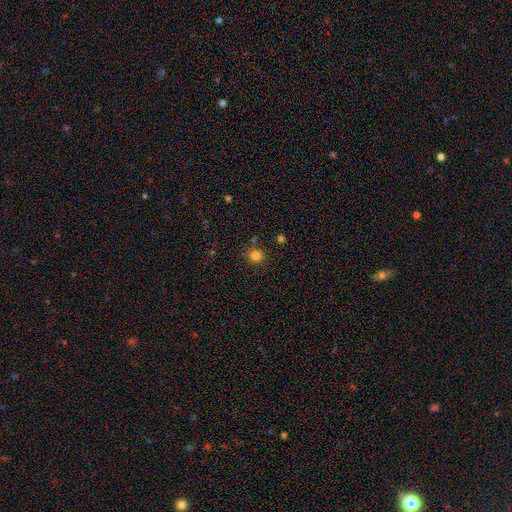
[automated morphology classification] smooth_or_featured: smooth (p=0.82) [alt: star or artifact p=0.14]
how_rounded: round (p=0.88) [alt: in between p=0.11]
merging: none (p=0.81) [alt: minor disturbance p=0.10]